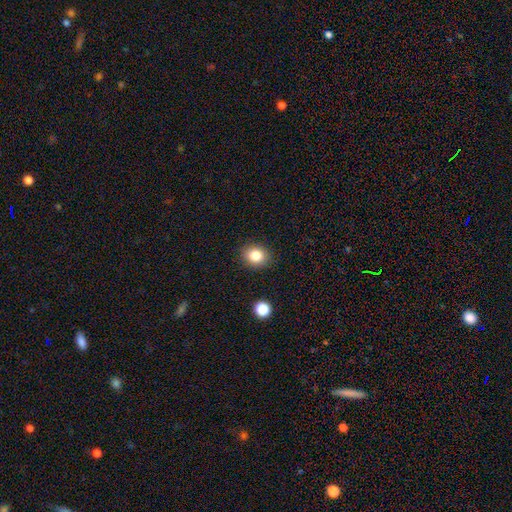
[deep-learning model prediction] Q: Smooth or featured?
A: smooth (84%); runner-up: star or artifact (10%)
Q: How rounded?
A: round (63%); runner-up: in between (36%)
Q: Merging?
A: none (89%); runner-up: minor disturbance (8%)